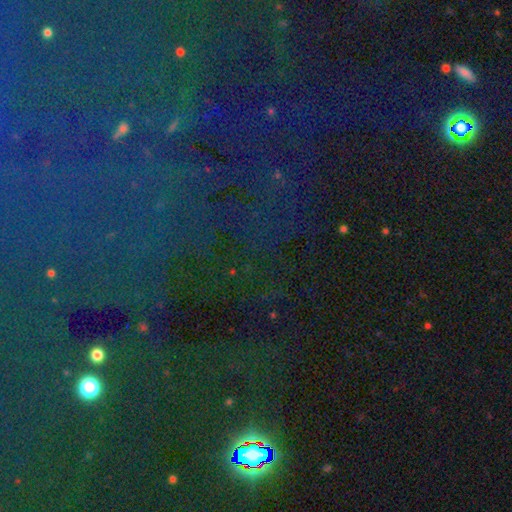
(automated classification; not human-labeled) smooth_or_featured: star or artifact (p=0.80) [alt: smooth p=0.10]